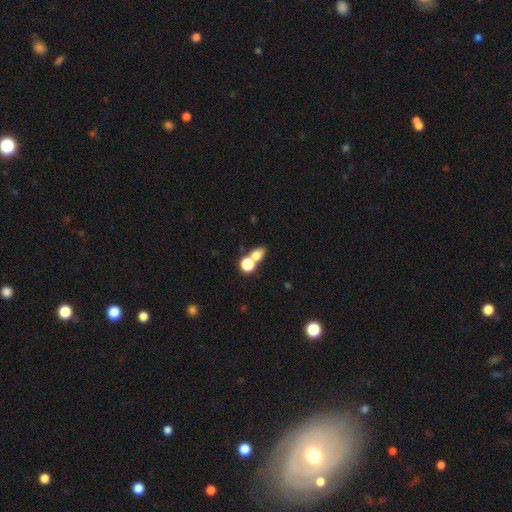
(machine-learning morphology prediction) Q: Smooth or featured?
A: smooth (73%); runner-up: star or artifact (14%)
Q: How rounded?
A: in between (62%); runner-up: round (36%)
Q: Merging?
A: merger (48%); runner-up: none (39%)